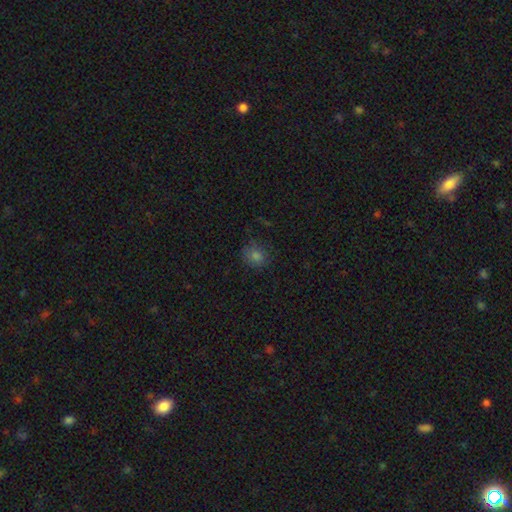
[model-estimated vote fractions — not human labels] smooth_or_featured: smooth (p=0.77) [alt: star or artifact p=0.16]
how_rounded: round (p=0.76) [alt: in between p=0.23]
merging: none (p=0.80) [alt: minor disturbance p=0.15]